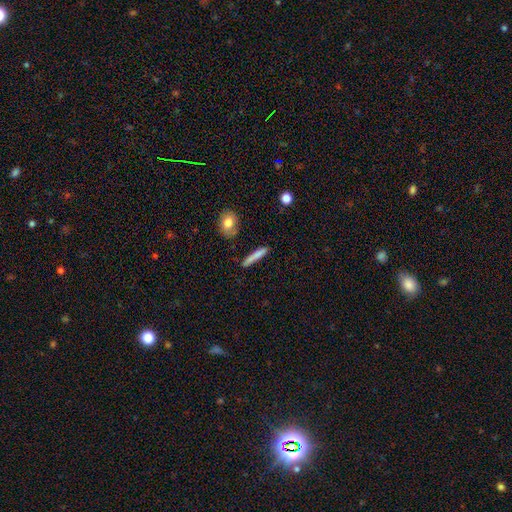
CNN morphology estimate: Overall: smooth (75%). How rounded: cigar-shaped (91%). Merging: none (82%).